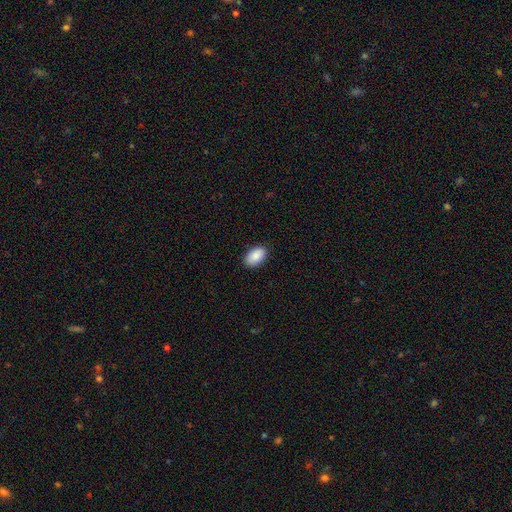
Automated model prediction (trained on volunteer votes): Smooth or featured: smooth — 89% (star or artifact — 7%)
How rounded: in between — 93% (round — 5%)
Merging: none — 88% (minor disturbance — 9%)